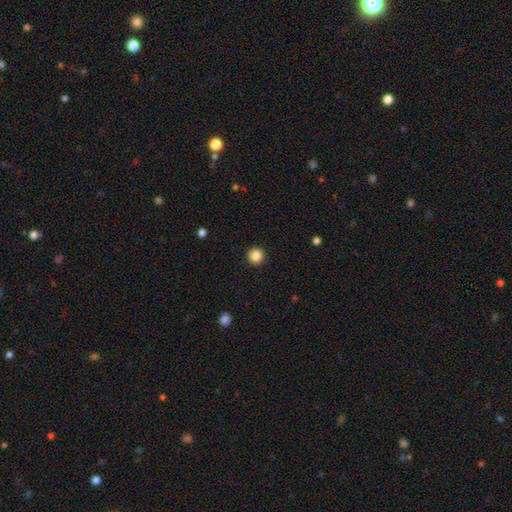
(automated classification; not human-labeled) Smooth or featured? Predicted: smooth (p=0.86). How rounded? Predicted: round (p=0.96). Merging? Predicted: none (p=0.93).